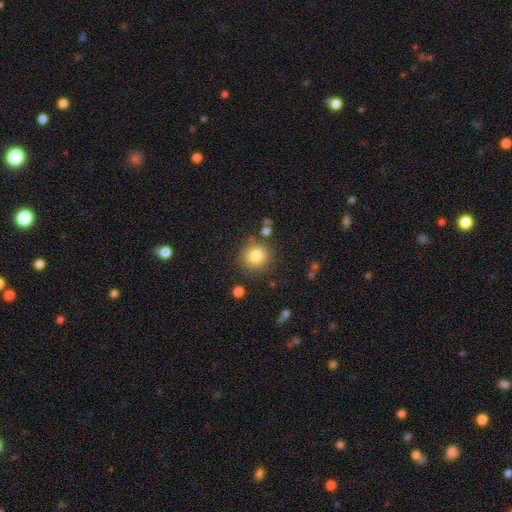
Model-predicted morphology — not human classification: Smooth or featured?
  - smooth: 82% *
  - star or artifact: 11%
  - featured or disk: 8%
How rounded?
  - round: 92% *
  - in between: 7%
  - cigar-shaped: 1%
Merging?
  - none: 83% *
  - minor disturbance: 9%
  - merger: 4%
  - major disturbance: 3%